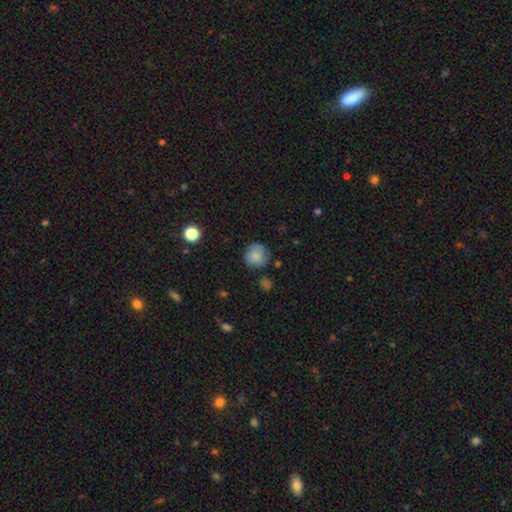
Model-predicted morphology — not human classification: Smooth or featured? smooth (81%)
How rounded? round (90%)
Merging? none (75%)